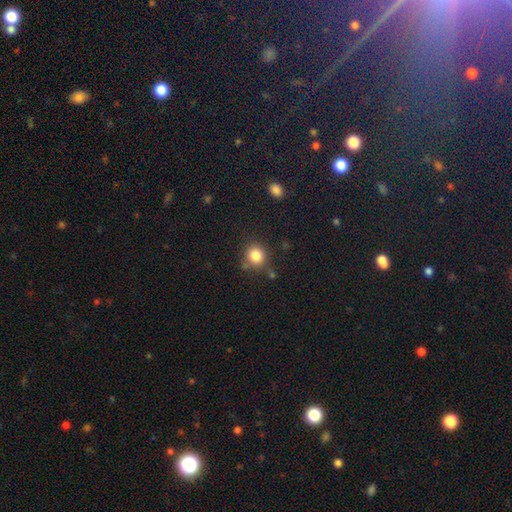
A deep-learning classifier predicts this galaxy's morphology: type=smooth (84%); roundness=round (86%); merging=none (76%).